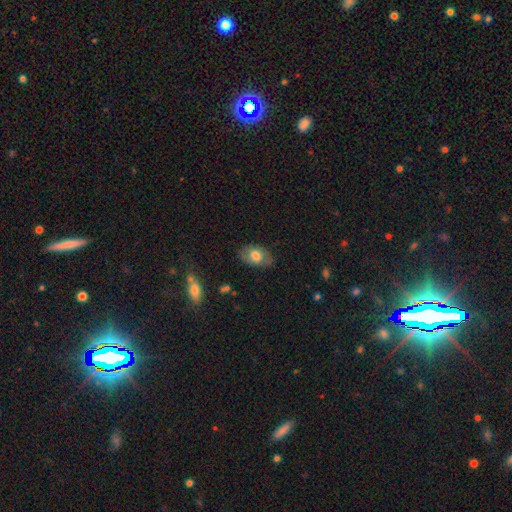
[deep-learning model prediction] smooth-or-featured: smooth: 64% | featured or disk: 29% | star or artifact: 7%
  how-rounded: in between: 87% | round: 12% | cigar-shaped: 1%
  merging: none: 79% | minor disturbance: 15% | major disturbance: 4% | merger: 1%